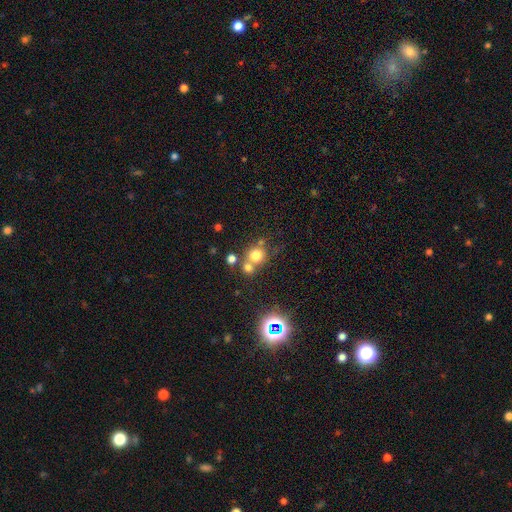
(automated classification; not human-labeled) Smooth or featured? Predicted: smooth (p=0.71). How rounded? Predicted: round (p=0.86). Merging? Predicted: none (p=0.51).